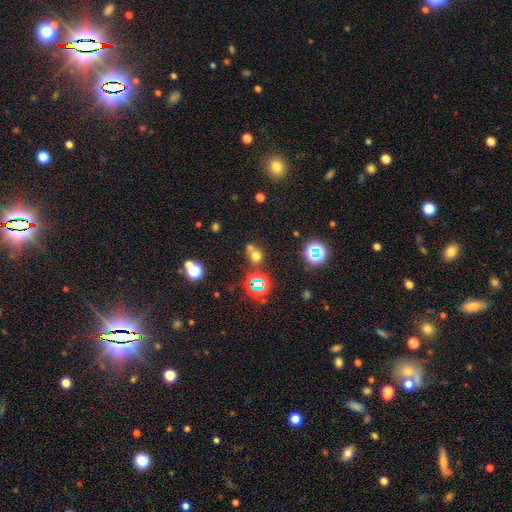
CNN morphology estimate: This is possibly a smooth galaxy (59%). How rounded: clearly round (82%). Merging: possibly none (57%).